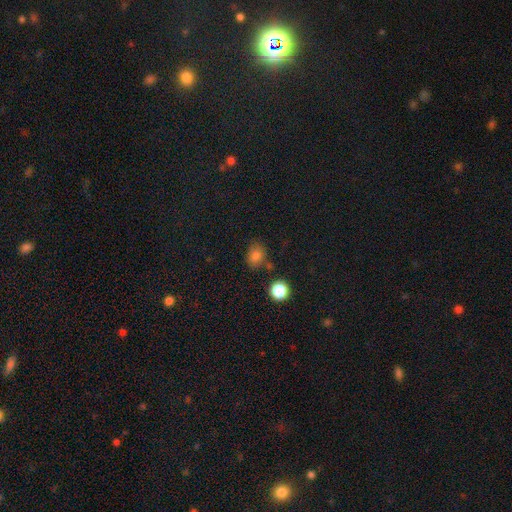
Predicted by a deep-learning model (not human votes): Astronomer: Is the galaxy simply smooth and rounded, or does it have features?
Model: smooth — 79%.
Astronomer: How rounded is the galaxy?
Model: in between — 57% (runner-up: round, 42%).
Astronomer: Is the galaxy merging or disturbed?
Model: none — 71%.